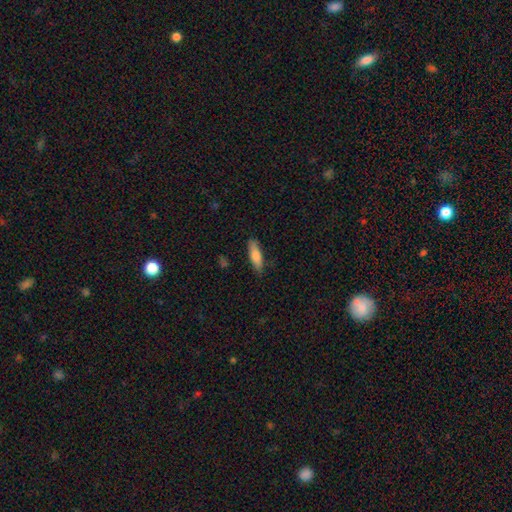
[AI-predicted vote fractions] Smooth or featured? smooth (78%)
How rounded? cigar-shaped (56%)
Merging? none (80%)